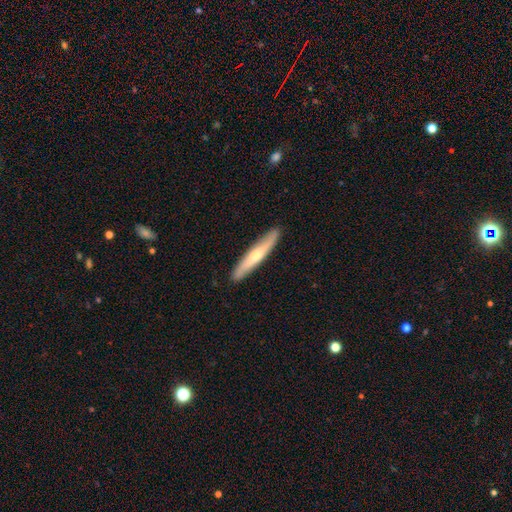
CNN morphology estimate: smooth 53%, featured or disk 42%, star or artifact 5%. Down the decision tree: how rounded — cigar-shaped (94%); merging — none (90%).